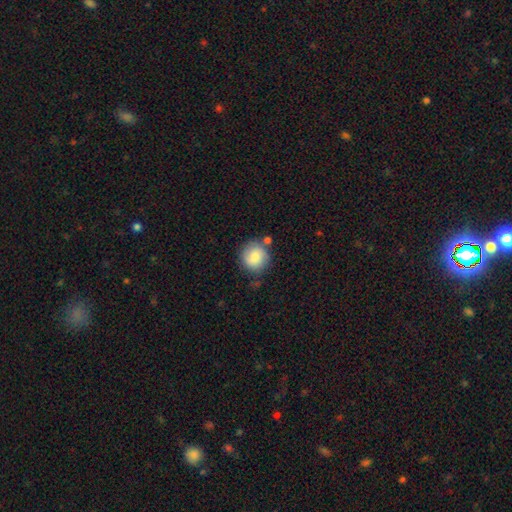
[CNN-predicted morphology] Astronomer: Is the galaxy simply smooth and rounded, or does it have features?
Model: smooth — 83%.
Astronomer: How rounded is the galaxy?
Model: round — 89%.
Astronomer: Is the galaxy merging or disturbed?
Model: none — 69%.